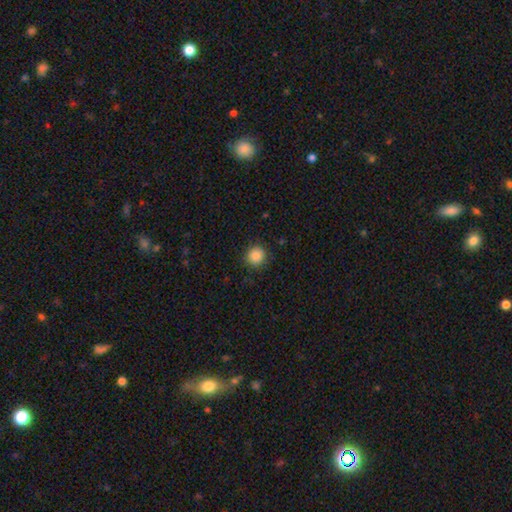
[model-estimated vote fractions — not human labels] The model was most divided on "smooth or featured": smooth: 86%, star or artifact: 10%, featured or disk: 4%. More confident: how rounded — round (91%); merging — none (88%).